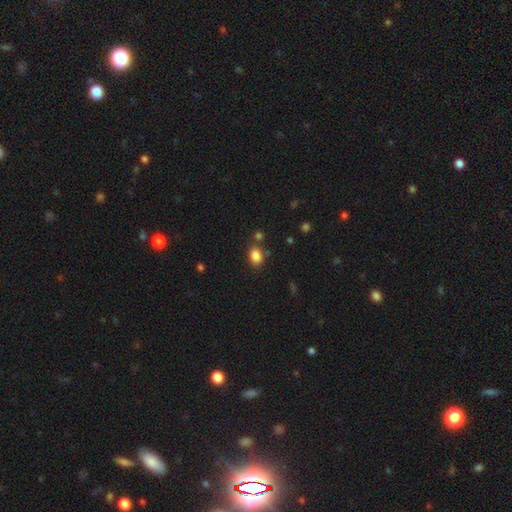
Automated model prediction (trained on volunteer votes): Smooth or featured: smooth — 85% (star or artifact — 10%)
How rounded: in between — 72% (round — 26%)
Merging: none — 74% (minor disturbance — 12%)